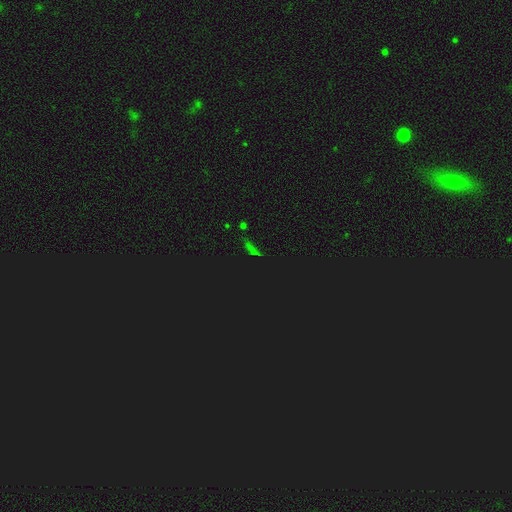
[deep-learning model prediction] Morphology: type=star or artifact (67%).